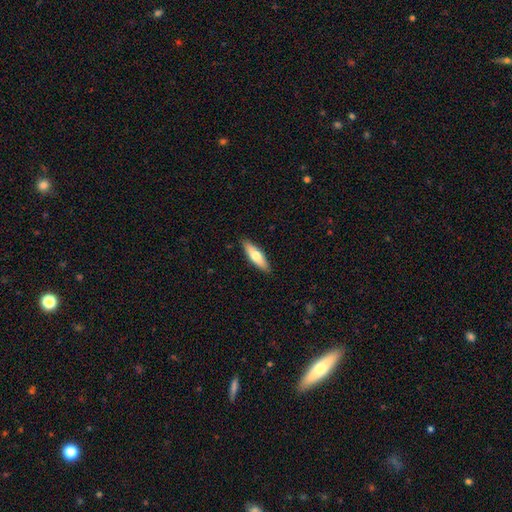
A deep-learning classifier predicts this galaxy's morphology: Smooth or featured: smooth — 67% (featured or disk — 28%)
How rounded: cigar-shaped — 57% (in between — 41%)
Merging: none — 89% (minor disturbance — 9%)